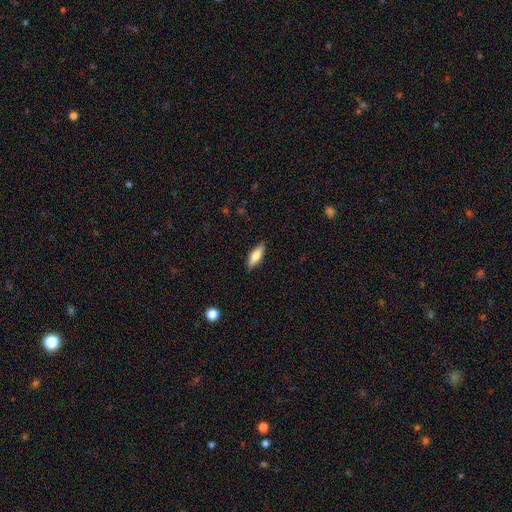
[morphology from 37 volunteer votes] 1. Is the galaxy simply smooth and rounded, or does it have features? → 68% smooth, 22% featured or disk, 11% star or artifact.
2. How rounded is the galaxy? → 52% cigar-shaped, 48% in between, 0% round.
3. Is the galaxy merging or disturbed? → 79% none, 21% minor disturbance, 0% major disturbance, 0% merger.